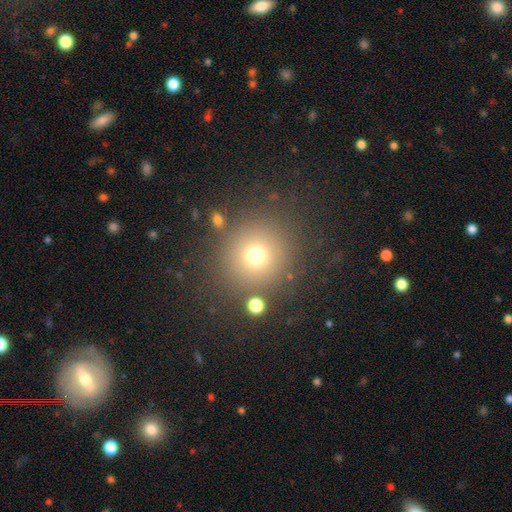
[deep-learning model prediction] Smooth or featured: smooth — 71% (star or artifact — 18%)
How rounded: round — 93% (in between — 6%)
Merging: none — 84% (minor disturbance — 8%)